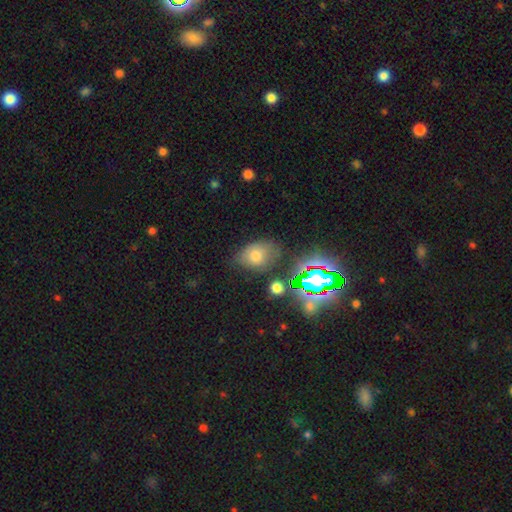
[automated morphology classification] smooth 66%, star or artifact 20%, featured or disk 15%. Down the decision tree: how rounded — in between (75%); merging — none (63%).